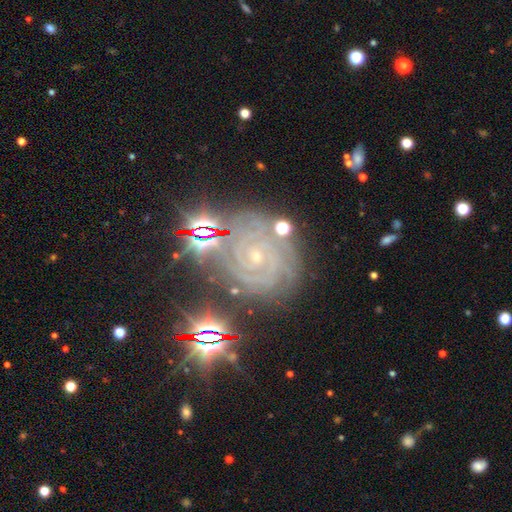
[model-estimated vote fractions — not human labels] smooth-or-featured: featured or disk: 77% | star or artifact: 16% | smooth: 7%
  disk-edge-on: no: 97% | yes: 3%
    bar: no: 71% | weak: 20% | strong: 9%
    has-spiral-arms: yes: 97% | no: 3%
      spiral-winding: tight: 84% | medium: 14% | loose: 2%
      spiral-arm-count: 2: 24% | can't tell: 22% | 3: 22% | 4: 15% | more than 4: 9% | 1: 7%
    bulge-size: small: 83% | moderate: 13% | none: 2% | large: 1% | dominant: 1%
  merging: none: 74% | minor disturbance: 15% | major disturbance: 6% | merger: 5%